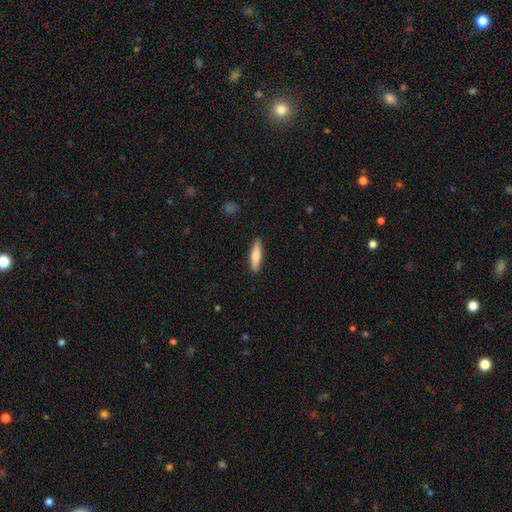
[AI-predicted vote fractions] Smooth or featured? smooth (74%)
How rounded? cigar-shaped (70%)
Merging? none (89%)